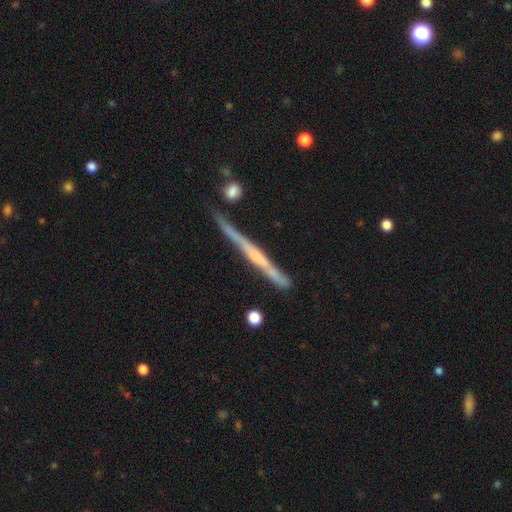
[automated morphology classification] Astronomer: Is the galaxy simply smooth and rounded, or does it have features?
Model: featured or disk — 70%.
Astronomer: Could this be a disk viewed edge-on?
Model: yes — 96%.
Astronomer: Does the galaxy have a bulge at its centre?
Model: none — 54%.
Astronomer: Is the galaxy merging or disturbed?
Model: none — 73%.